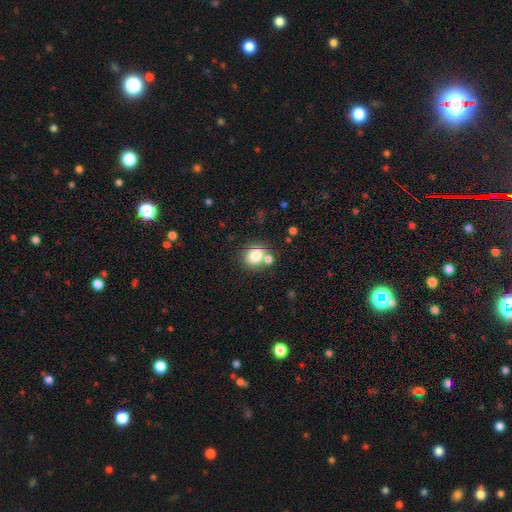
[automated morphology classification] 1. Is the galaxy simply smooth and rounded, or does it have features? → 79% smooth, 11% star or artifact, 10% featured or disk.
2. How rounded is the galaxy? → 63% round, 36% in between, 1% cigar-shaped.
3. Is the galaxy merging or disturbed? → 58% none, 25% merger, 12% minor disturbance, 5% major disturbance.